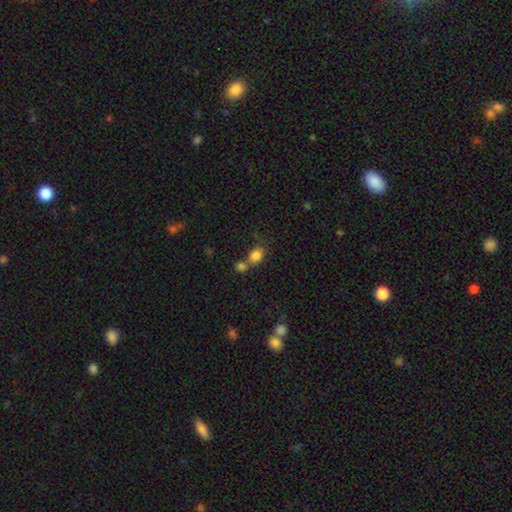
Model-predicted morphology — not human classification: Smooth or featured? smooth (83%)
How rounded? in between (51%)
Merging? none (44%)